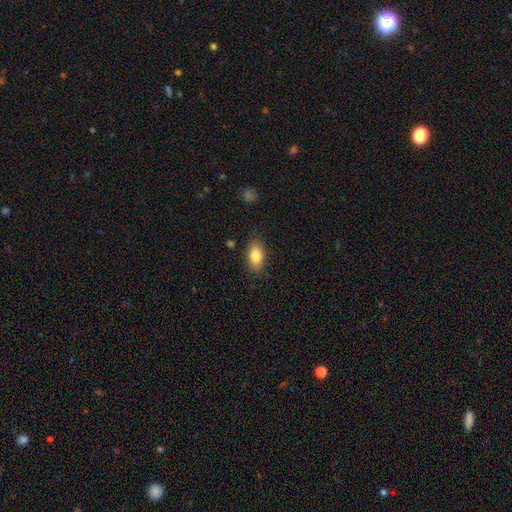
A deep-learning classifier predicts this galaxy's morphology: Smooth or featured?
  - smooth: 83% *
  - featured or disk: 10%
  - star or artifact: 7%
How rounded?
  - in between: 89% *
  - round: 6%
  - cigar-shaped: 5%
Merging?
  - none: 84% *
  - minor disturbance: 11%
  - major disturbance: 3%
  - merger: 1%